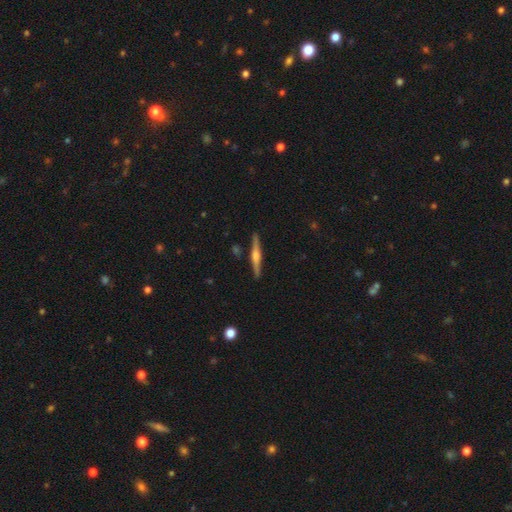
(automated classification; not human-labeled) Smooth or featured? featured or disk (73%)
Edge-on disk? yes (98%)
Edge-on bulge? rounded (79%)
Merging? none (90%)